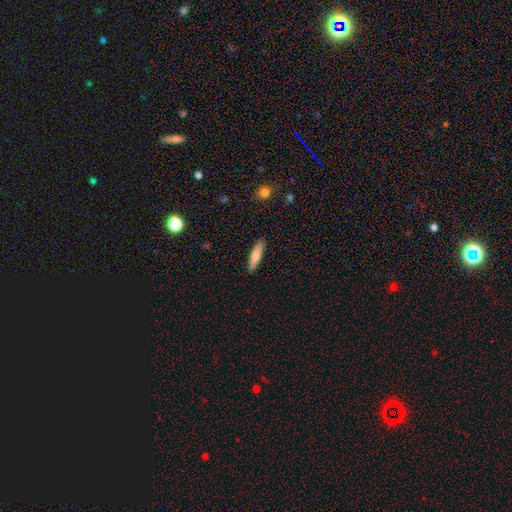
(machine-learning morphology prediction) Smooth or featured: smooth — 76% (featured or disk — 18%)
How rounded: cigar-shaped — 74% (in between — 24%)
Merging: none — 89% (minor disturbance — 8%)